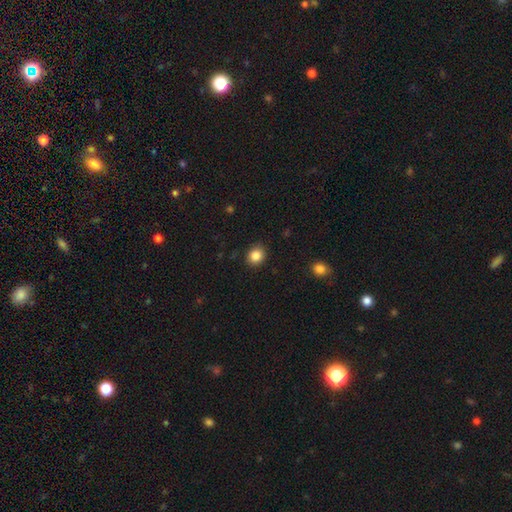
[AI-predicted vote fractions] This appears to be a smooth galaxy with no disk features (86%) that is round (78%). Merging: none (88%).